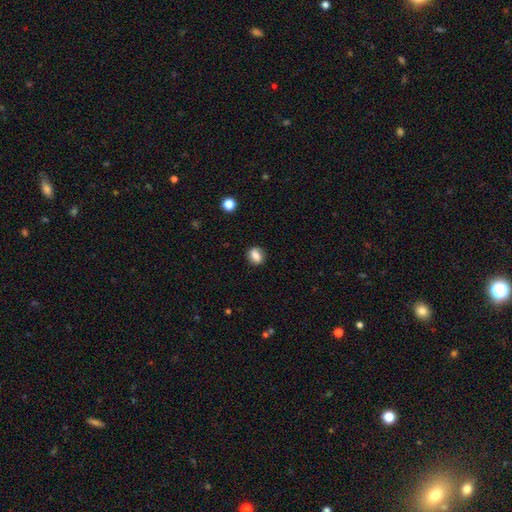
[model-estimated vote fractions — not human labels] smooth_or_featured: smooth (p=0.78) [alt: featured or disk p=0.13]
how_rounded: in between (p=0.56) [alt: round p=0.42]
merging: none (p=0.85) [alt: minor disturbance p=0.11]